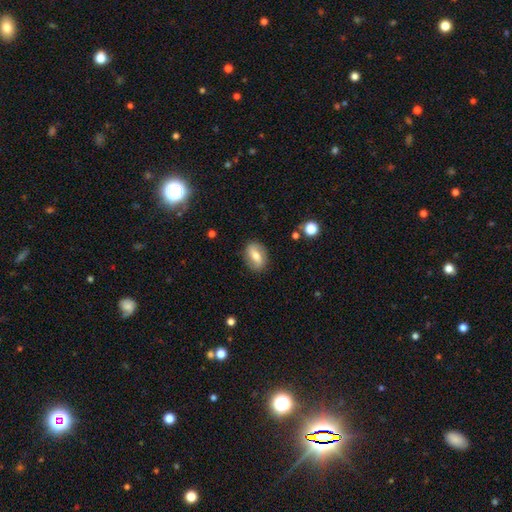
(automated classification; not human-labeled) smooth 53%, featured or disk 39%, star or artifact 7%. Down the decision tree: how rounded — in between (78%); merging — none (84%).